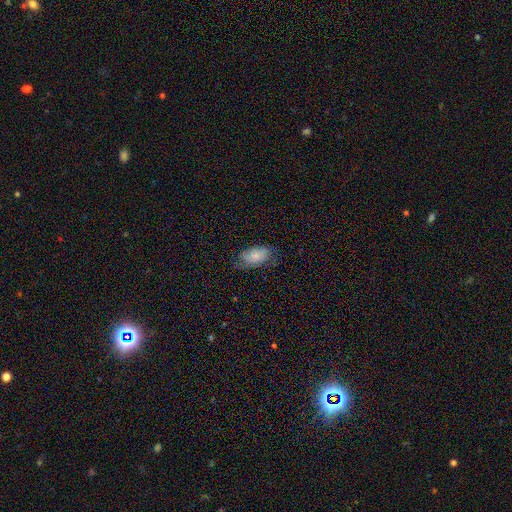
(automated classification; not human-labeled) A smooth galaxy with no disk features (76%) that is in between round and cigar-shaped (94%). Merging: none (62%).